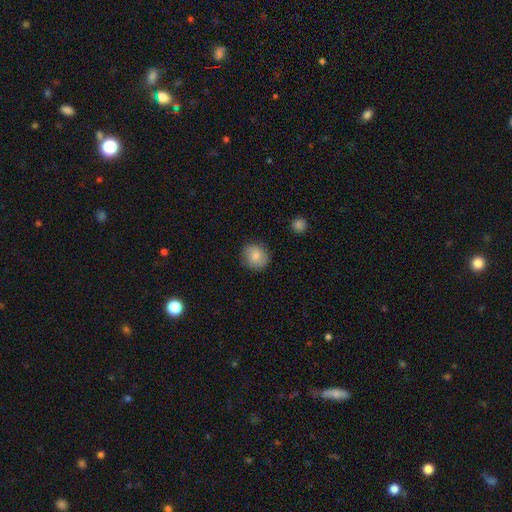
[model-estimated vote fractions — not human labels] Q: Smooth or featured?
A: smooth (79%); runner-up: featured or disk (14%)
Q: How rounded?
A: round (83%); runner-up: in between (16%)
Q: Merging?
A: none (83%); runner-up: minor disturbance (13%)